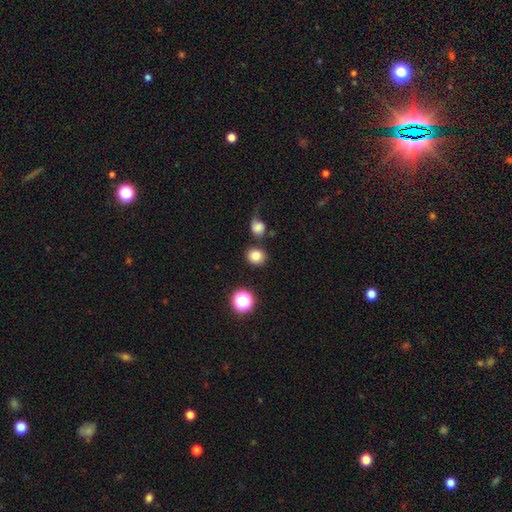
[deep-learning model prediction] This is clearly a smooth galaxy (82%). How rounded: likely round (74%). Merging: likely none (79%).